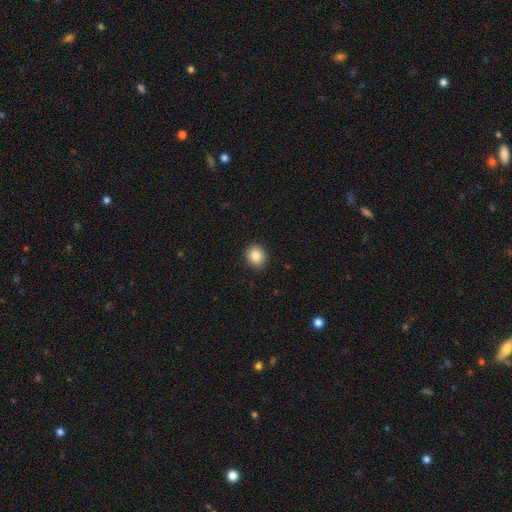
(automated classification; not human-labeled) Smooth or featured: smooth — 86% (star or artifact — 9%)
How rounded: round — 80% (in between — 19%)
Merging: none — 90% (minor disturbance — 7%)